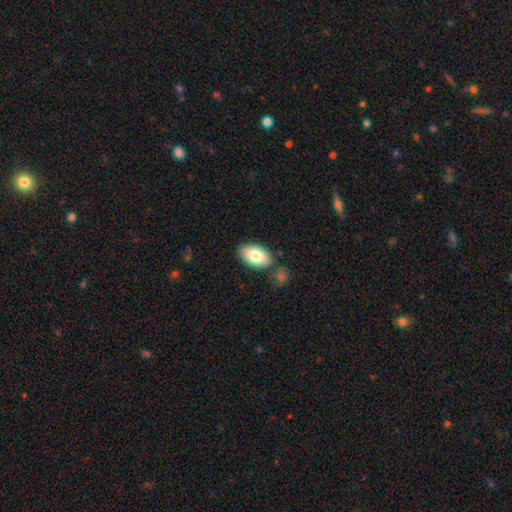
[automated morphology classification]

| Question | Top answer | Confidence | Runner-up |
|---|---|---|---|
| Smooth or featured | smooth | 81% | featured or disk (13%) |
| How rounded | in between | 94% | round (4%) |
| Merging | none | 77% | minor disturbance (12%) |